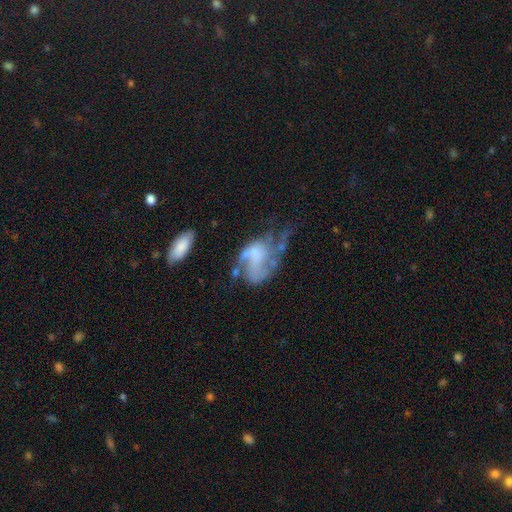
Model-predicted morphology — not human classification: Smooth or featured: featured or disk — 62% (smooth — 28%)
Edge-on disk: no — 97% (yes — 3%)
Bar: no — 72% (weak — 23%)
Spiral arms: yes — 60% (no — 40%)
Bulge size: none — 43% (small — 25%)
Merging: major disturbance — 46% (none — 22%)